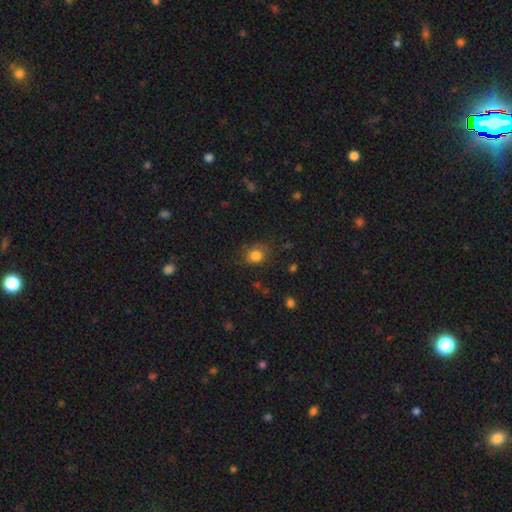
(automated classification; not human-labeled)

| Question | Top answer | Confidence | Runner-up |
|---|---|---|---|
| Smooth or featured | smooth | 82% | star or artifact (11%) |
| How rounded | round | 62% | in between (37%) |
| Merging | none | 70% | minor disturbance (21%) |